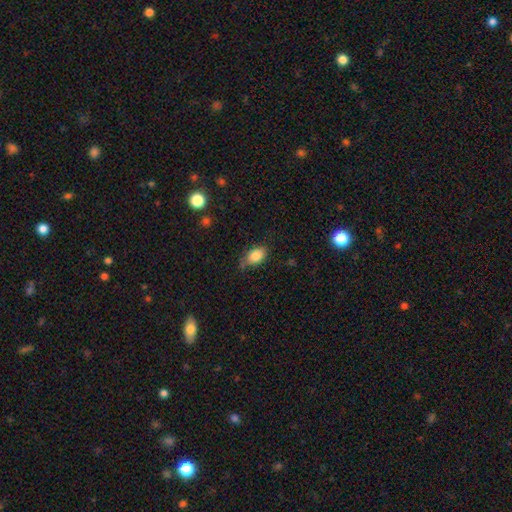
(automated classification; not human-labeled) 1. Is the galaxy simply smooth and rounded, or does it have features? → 83% smooth, 8% star or artifact, 8% featured or disk.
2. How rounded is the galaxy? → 86% in between, 11% round, 2% cigar-shaped.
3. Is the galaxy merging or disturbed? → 63% none, 27% minor disturbance, 6% major disturbance, 4% merger.